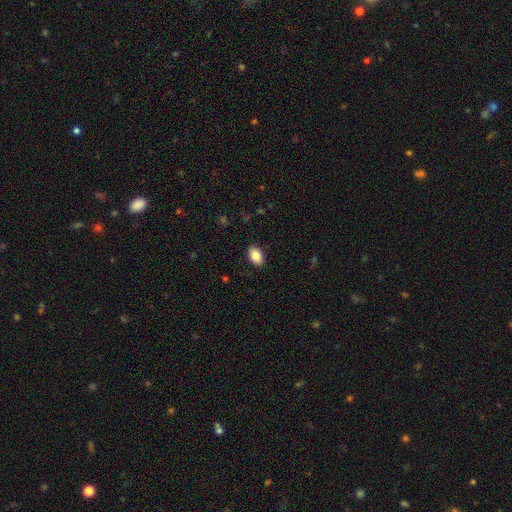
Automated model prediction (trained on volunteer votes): Q: Smooth or featured?
A: smooth (87%); runner-up: star or artifact (7%)
Q: How rounded?
A: in between (89%); runner-up: round (10%)
Q: Merging?
A: none (88%); runner-up: minor disturbance (9%)